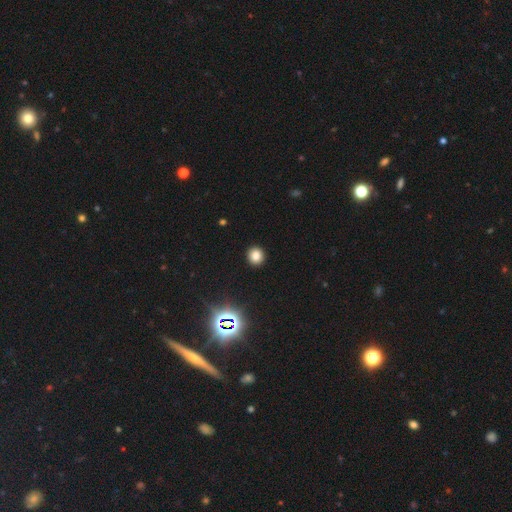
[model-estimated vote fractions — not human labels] A smooth galaxy with no disk features (78%) that is round (87%). Merging: none (92%).